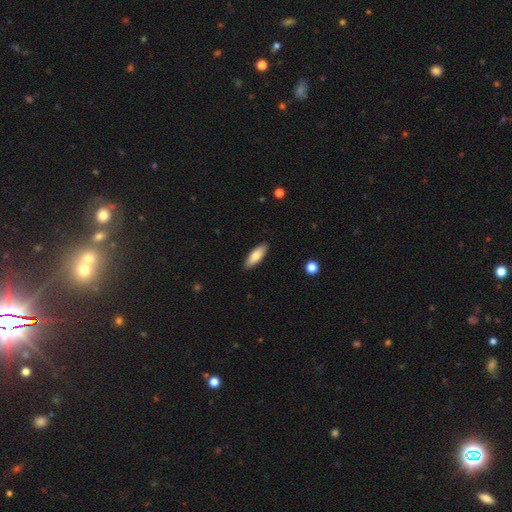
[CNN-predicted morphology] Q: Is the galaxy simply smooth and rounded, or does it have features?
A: smooth — 76%.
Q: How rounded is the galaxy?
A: in between — 59%.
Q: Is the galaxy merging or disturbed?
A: none — 90%.